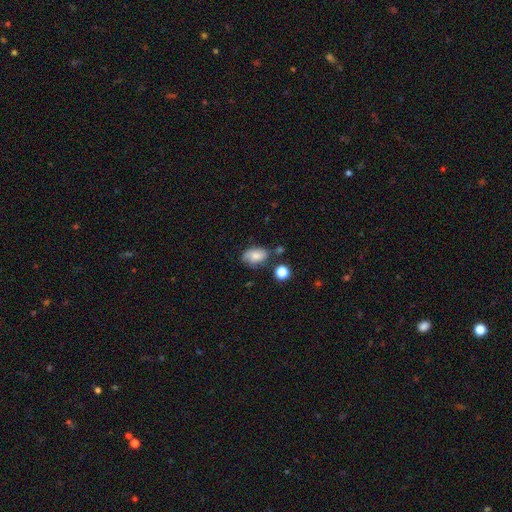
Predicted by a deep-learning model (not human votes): smooth_or_featured: smooth (p=0.68) [alt: featured or disk p=0.21]
how_rounded: in between (p=0.85) [alt: round p=0.14]
merging: none (p=0.56) [alt: minor disturbance p=0.28]